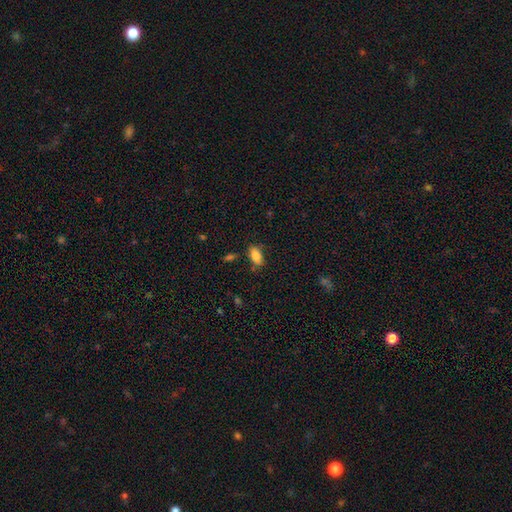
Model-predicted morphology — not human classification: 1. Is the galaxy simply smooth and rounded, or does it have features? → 82% smooth, 10% featured or disk, 8% star or artifact.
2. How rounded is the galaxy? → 90% in between, 5% cigar-shaped, 5% round.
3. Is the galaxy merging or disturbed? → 77% none, 15% minor disturbance, 4% merger, 3% major disturbance.